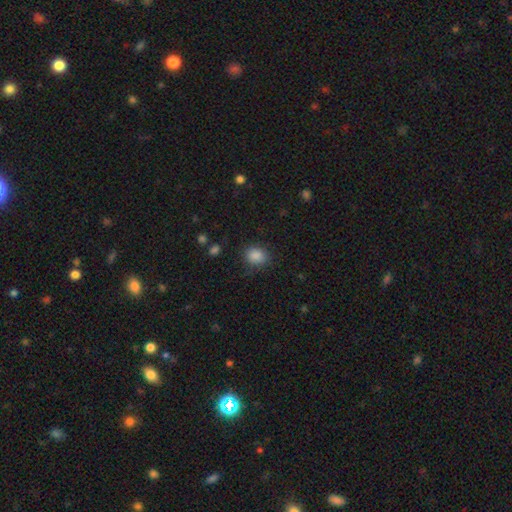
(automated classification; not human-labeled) This appears to be a smooth galaxy with no disk features (86%) that is round (54%). Merging: none (82%).